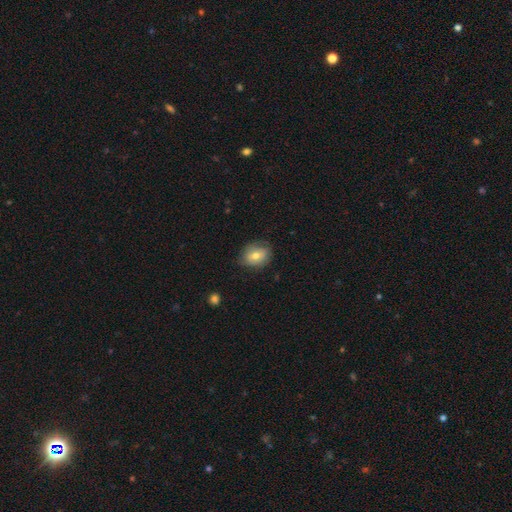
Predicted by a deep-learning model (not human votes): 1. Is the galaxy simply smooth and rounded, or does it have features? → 68% smooth, 24% featured or disk, 8% star or artifact.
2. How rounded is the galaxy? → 50% round, 48% in between, 1% cigar-shaped.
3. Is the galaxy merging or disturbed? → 72% none, 22% minor disturbance, 5% major disturbance, 1% merger.